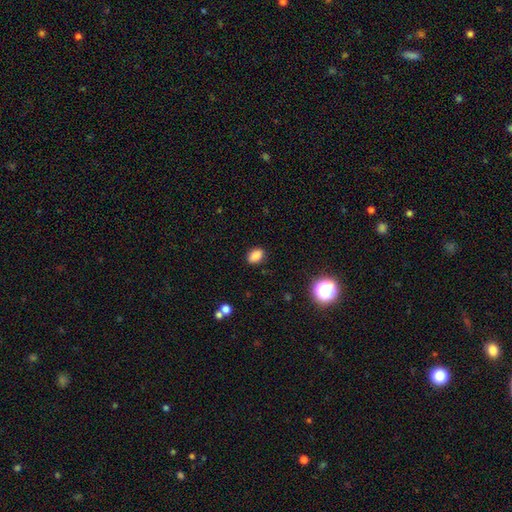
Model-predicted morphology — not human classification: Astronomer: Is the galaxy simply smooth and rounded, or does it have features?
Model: smooth — 86%.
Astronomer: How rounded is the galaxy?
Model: in between — 80%.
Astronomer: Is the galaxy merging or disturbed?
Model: none — 87%.